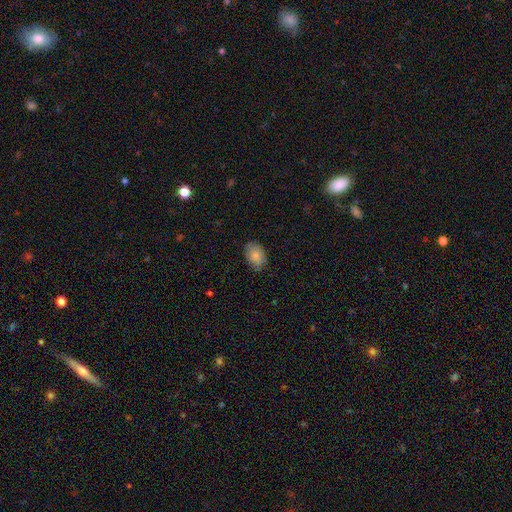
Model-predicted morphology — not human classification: smooth 81%, featured or disk 12%, star or artifact 7%. Down the decision tree: how rounded — in between (83%); merging — none (79%).